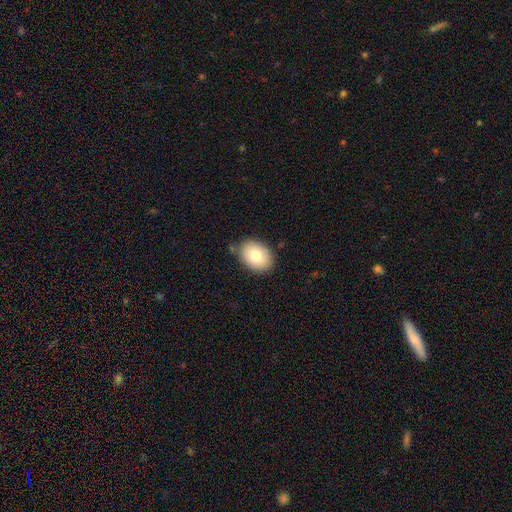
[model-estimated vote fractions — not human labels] Overall: smooth (79%). How rounded: in between (75%). Merging: none (82%).